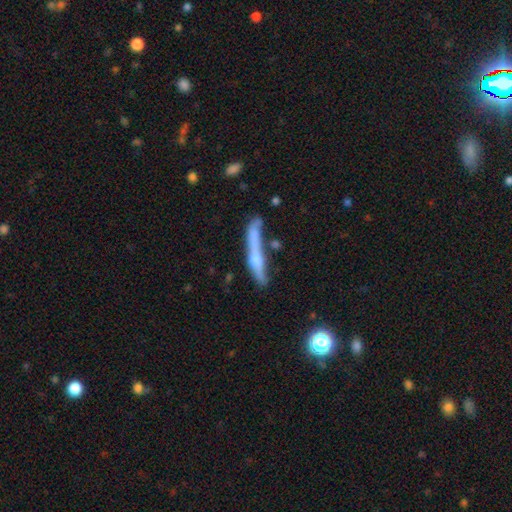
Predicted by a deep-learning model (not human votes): The model was most divided on "smooth or featured": featured or disk: 56%, smooth: 37%, star or artifact: 7%. More confident: edge-on disk — yes (90%); edge-on bulge — rounded (74%); merging — none (55%).